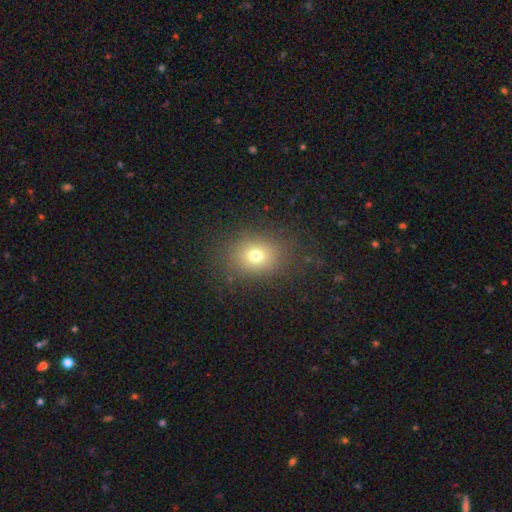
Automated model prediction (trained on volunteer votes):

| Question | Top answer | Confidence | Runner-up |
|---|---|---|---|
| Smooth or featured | smooth | 72% | star or artifact (17%) |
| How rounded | round | 59% | in between (40%) |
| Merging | none | 82% | minor disturbance (10%) |